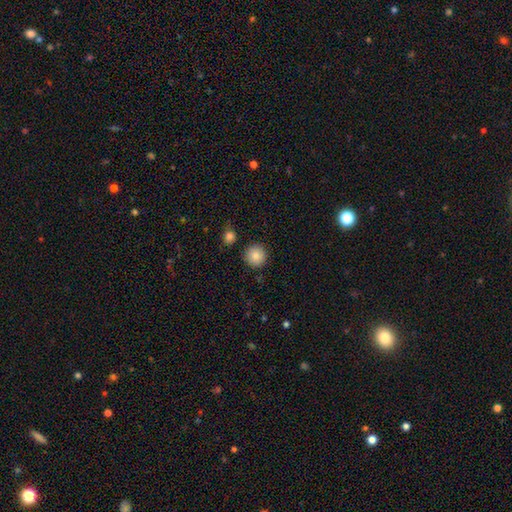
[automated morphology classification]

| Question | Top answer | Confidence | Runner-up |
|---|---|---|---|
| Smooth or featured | smooth | 86% | star or artifact (9%) |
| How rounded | round | 95% | in between (4%) |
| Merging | none | 90% | minor disturbance (6%) |